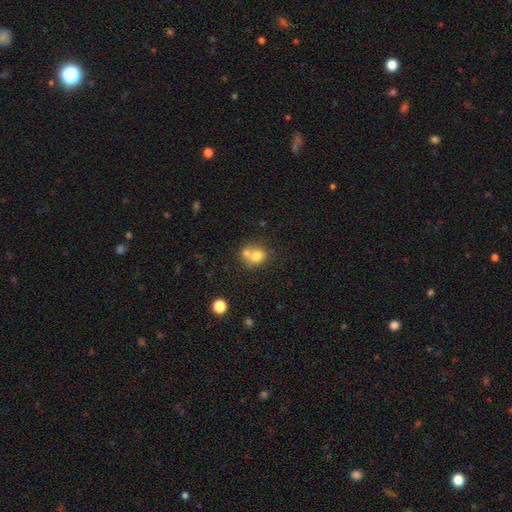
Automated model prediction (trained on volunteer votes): smooth_or_featured: smooth (p=0.74) [alt: featured or disk p=0.15]
how_rounded: round (p=0.70) [alt: in between p=0.29]
merging: merger (p=0.51) [alt: none p=0.36]